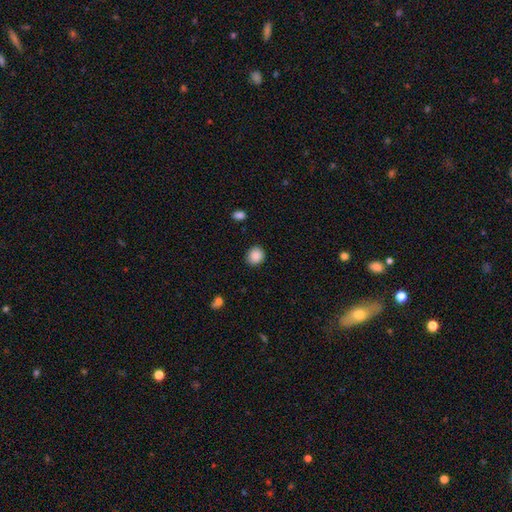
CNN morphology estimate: A smooth galaxy with no disk features (89%) that is round (80%). Merging: none (88%).